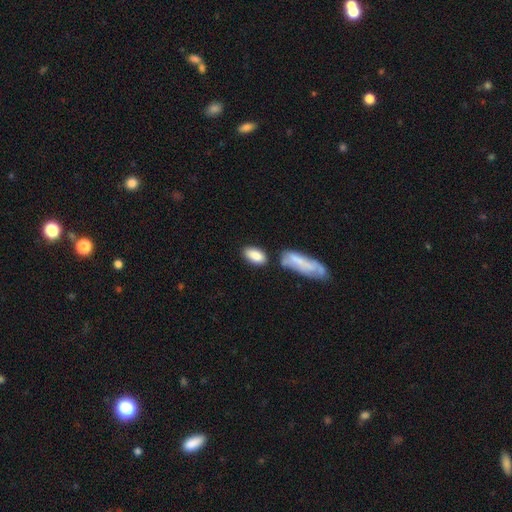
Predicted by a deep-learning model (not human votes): Q: Smooth or featured?
A: smooth (86%); runner-up: featured or disk (8%)
Q: How rounded?
A: in between (91%); runner-up: cigar-shaped (6%)
Q: Merging?
A: none (68%); runner-up: minor disturbance (15%)